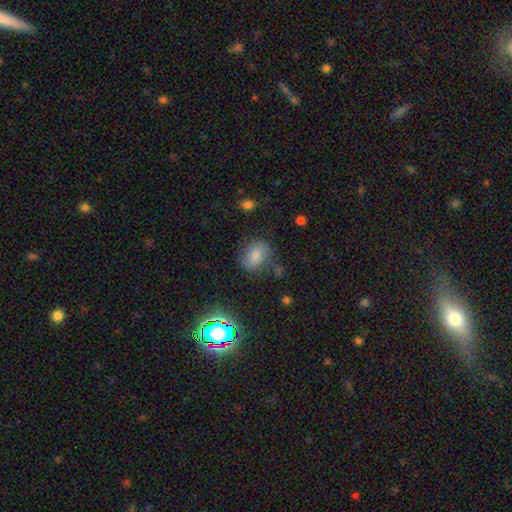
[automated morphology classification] Overall: smooth (72%). How rounded: in between (62%; round 37%). Merging: none (65%).